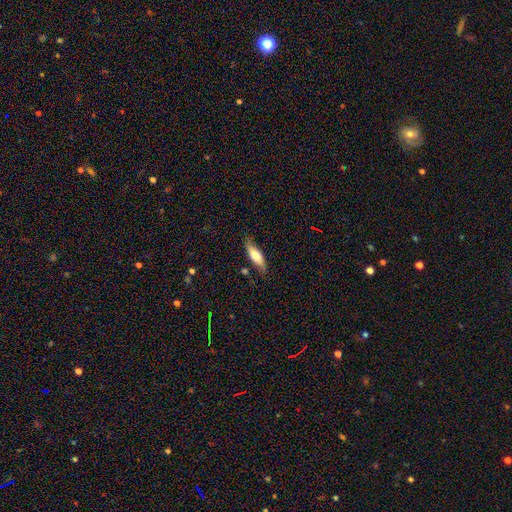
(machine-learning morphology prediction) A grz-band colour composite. It shows a smooth galaxy with no disk features (64%) that is in between round and cigar-shaped (57%). Merging: none (76%).